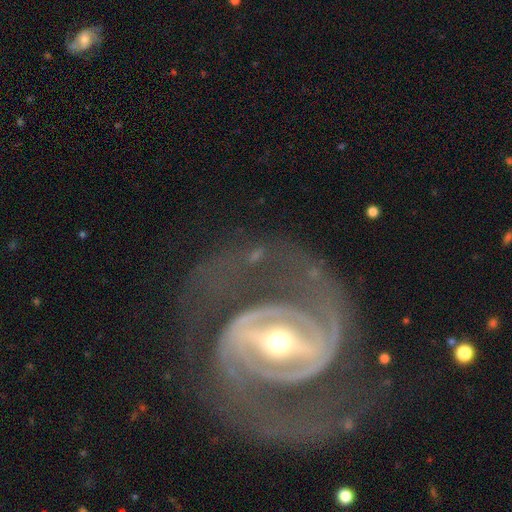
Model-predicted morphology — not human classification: Q: Smooth or featured?
A: featured or disk (90%); runner-up: star or artifact (5%)
Q: Edge-on disk?
A: no (96%); runner-up: yes (4%)
Q: Bar?
A: strong (69%); runner-up: weak (22%)
Q: Spiral arms?
A: yes (94%); runner-up: no (6%)
Q: Spiral winding?
A: medium (45%); runner-up: tight (41%)
Q: Spiral arm count?
A: 2 (75%); runner-up: can't tell (8%)
Q: Bulge size?
A: moderate (62%); runner-up: small (30%)
Q: Merging?
A: none (62%); runner-up: major disturbance (21%)